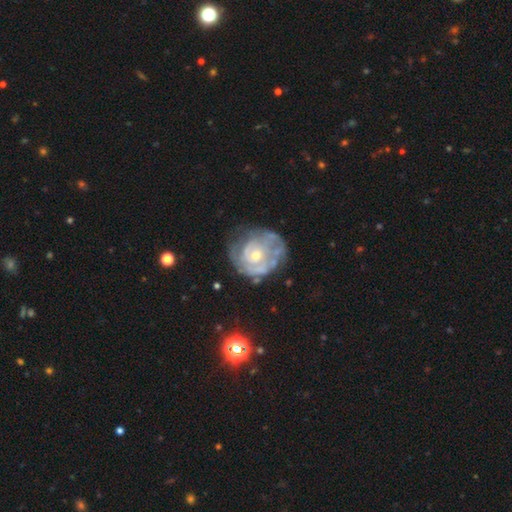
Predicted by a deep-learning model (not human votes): smooth_or_featured: featured or disk (p=0.75) [alt: smooth p=0.17]
disk_edge_on: no (p=0.97) [alt: yes p=0.03]
bar: no (p=0.78) [alt: weak p=0.18]
has_spiral_arms: yes (p=0.70) [alt: no p=0.30]
spiral_winding: tight (p=0.65) [alt: medium p=0.24]
spiral_arm_count: can't tell (p=0.53) [alt: 2 p=0.21]
bulge_size: small (p=0.59) [alt: moderate p=0.37]
merging: none (p=0.58) [alt: minor disturbance p=0.23]